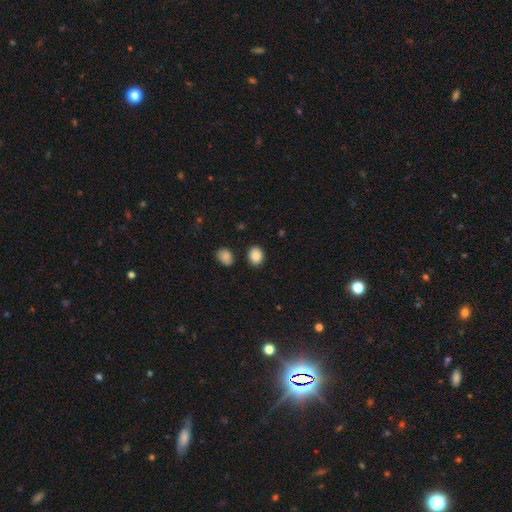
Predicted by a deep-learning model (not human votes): This is clearly a smooth galaxy (87%). How rounded: possibly round (55%). Merging: clearly none (85%).